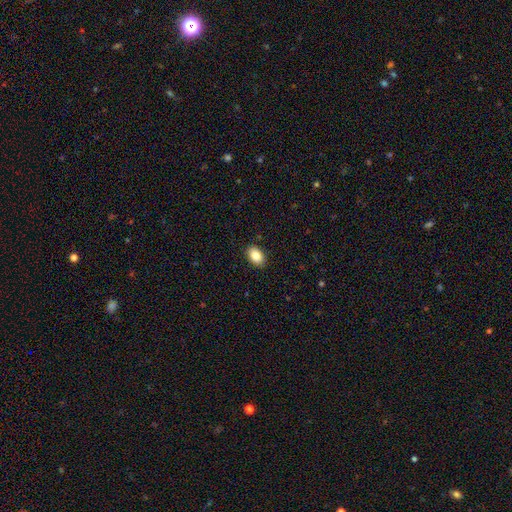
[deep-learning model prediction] This is clearly a smooth galaxy (86%). How rounded: clearly in between (87%). Merging: clearly none (90%).